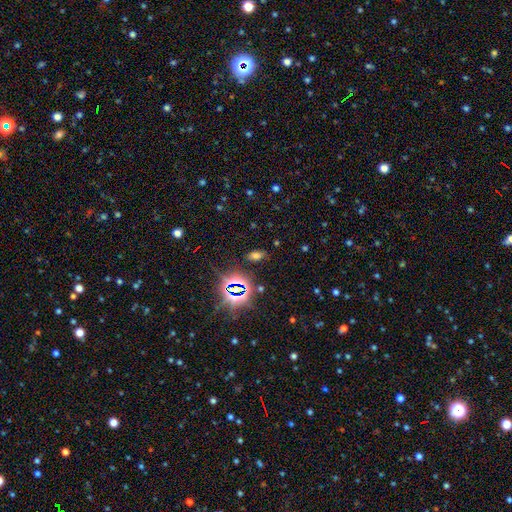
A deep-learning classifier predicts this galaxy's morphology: This appears to be a smooth galaxy with no disk features (52%) that is in between round and cigar-shaped (86%). Merging: none (84%).